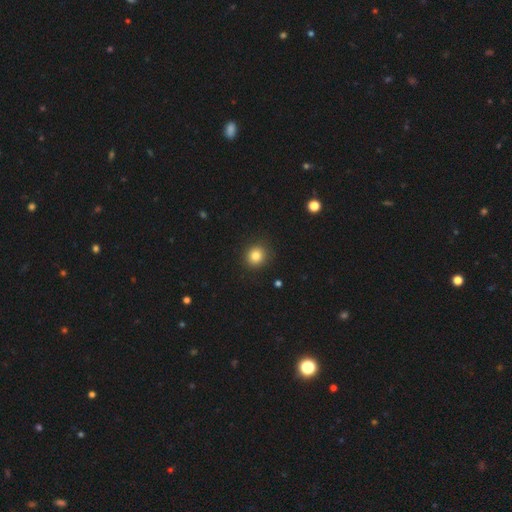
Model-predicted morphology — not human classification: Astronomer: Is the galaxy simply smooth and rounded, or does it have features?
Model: smooth — 83%.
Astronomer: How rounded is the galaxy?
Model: round — 85%.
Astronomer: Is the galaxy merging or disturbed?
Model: none — 90%.